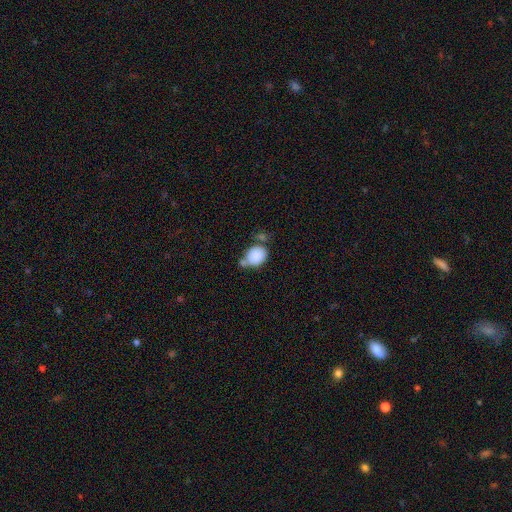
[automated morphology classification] Smooth or featured?
  - smooth: 86% *
  - star or artifact: 8%
  - featured or disk: 6%
How rounded?
  - round: 53% *
  - in between: 46%
  - cigar-shaped: 1%
Merging?
  - none: 43% *
  - merger: 28%
  - minor disturbance: 21%
  - major disturbance: 8%